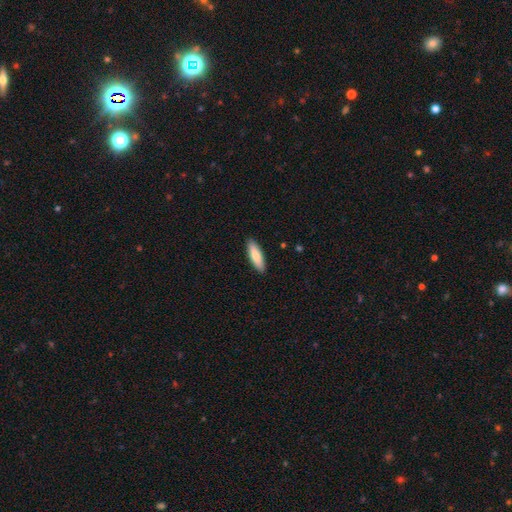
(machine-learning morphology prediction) smooth_or_featured: smooth (p=0.76) [alt: featured or disk p=0.18]
how_rounded: cigar-shaped (p=0.53) [alt: in between p=0.46]
merging: none (p=0.91) [alt: minor disturbance p=0.07]